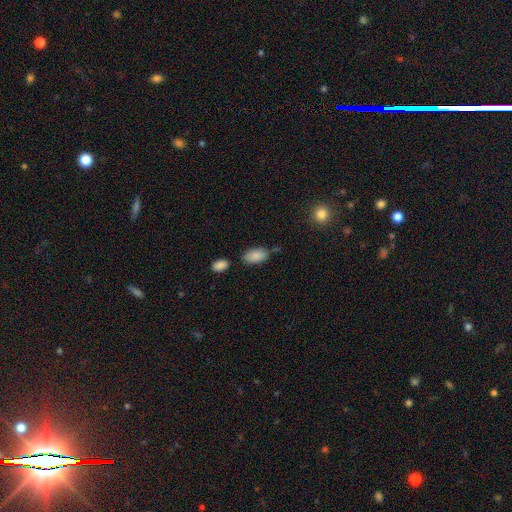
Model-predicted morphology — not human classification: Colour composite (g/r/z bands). It shows a smooth galaxy with no disk features (87%) that is in between round and cigar-shaped (93%). Merging: none (69%).